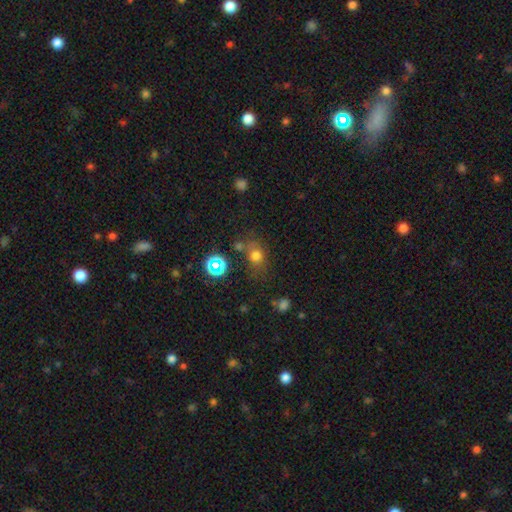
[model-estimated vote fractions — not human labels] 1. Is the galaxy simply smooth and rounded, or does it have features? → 69% smooth, 22% star or artifact, 9% featured or disk.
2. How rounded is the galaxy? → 66% round, 32% in between, 2% cigar-shaped.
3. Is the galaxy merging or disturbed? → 62% none, 17% minor disturbance, 13% merger, 8% major disturbance.